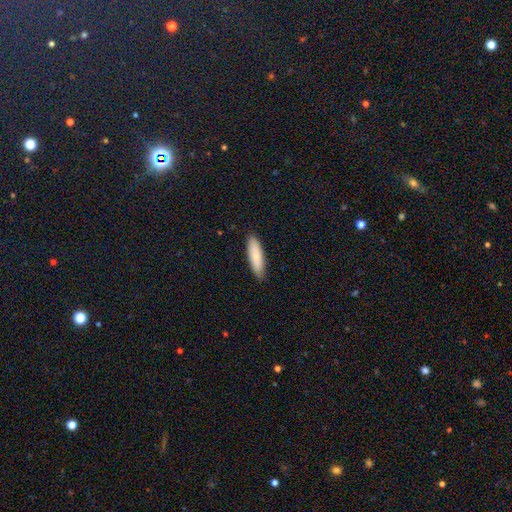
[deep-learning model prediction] Smooth or featured? smooth (84%)
How rounded? cigar-shaped (65%)
Merging? none (87%)